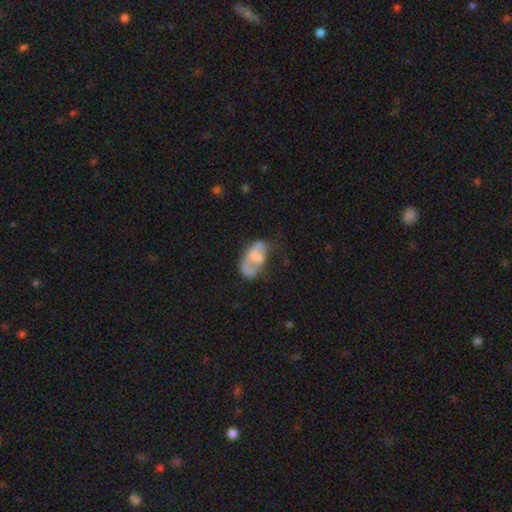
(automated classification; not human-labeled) smooth-or-featured: featured or disk: 47% | smooth: 45% | star or artifact: 9%
  merging: none: 29% | major disturbance: 28% | minor disturbance: 25% | merger: 18%